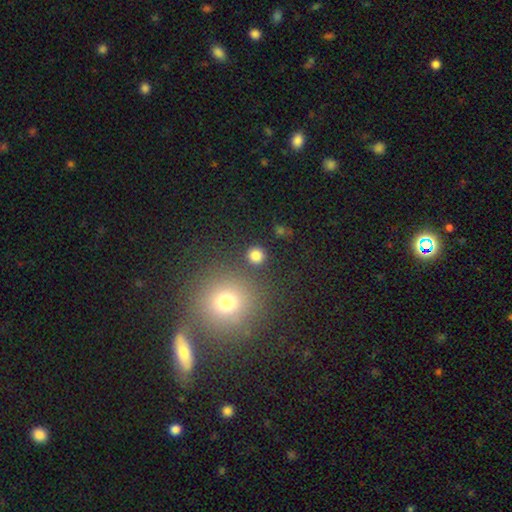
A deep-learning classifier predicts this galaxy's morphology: Smooth or featured? Predicted: smooth (p=0.81). How rounded? Predicted: round (p=0.92). Merging? Predicted: none (p=0.88).